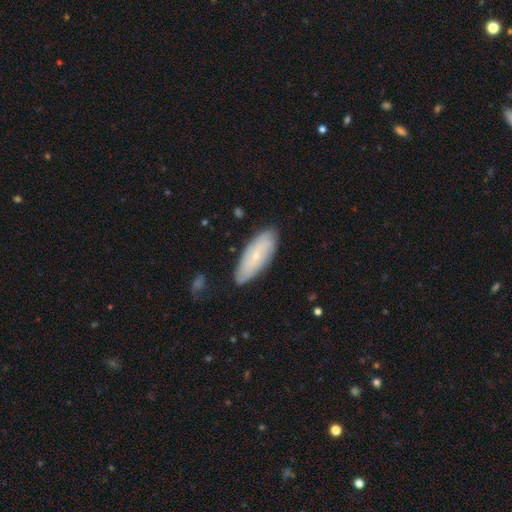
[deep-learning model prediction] This is possibly a smooth galaxy (51%). How rounded: likely in between (74%). Merging: clearly none (82%).